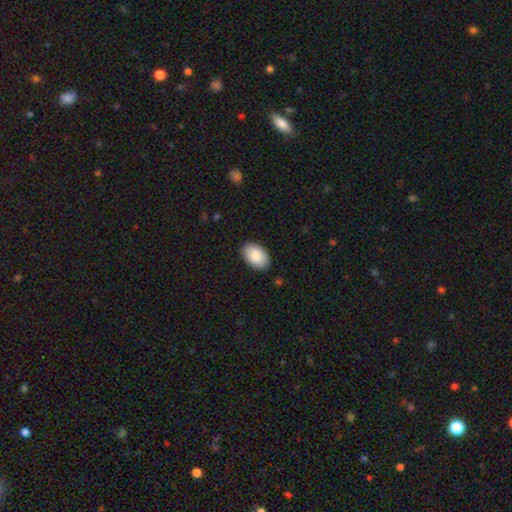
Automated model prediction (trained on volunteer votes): smooth-or-featured: smooth: 87% | featured or disk: 7% | star or artifact: 6%
  how-rounded: in between: 92% | round: 7% | cigar-shaped: 1%
  merging: none: 89% | minor disturbance: 9% | major disturbance: 2% | merger: 1%